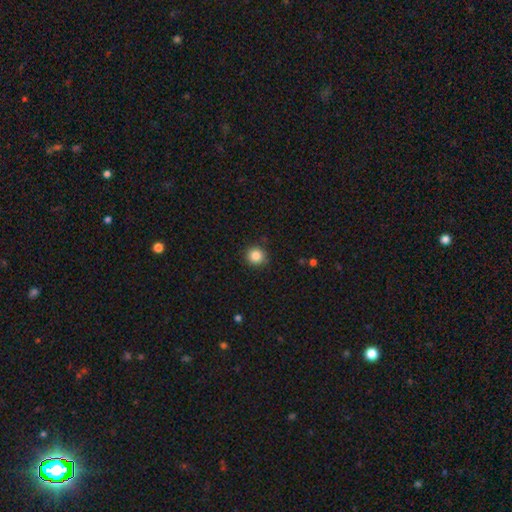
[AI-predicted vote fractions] smooth_or_featured: smooth (p=0.86) [alt: star or artifact p=0.10]
how_rounded: round (p=0.94) [alt: in between p=0.06]
merging: none (p=0.90) [alt: minor disturbance p=0.07]